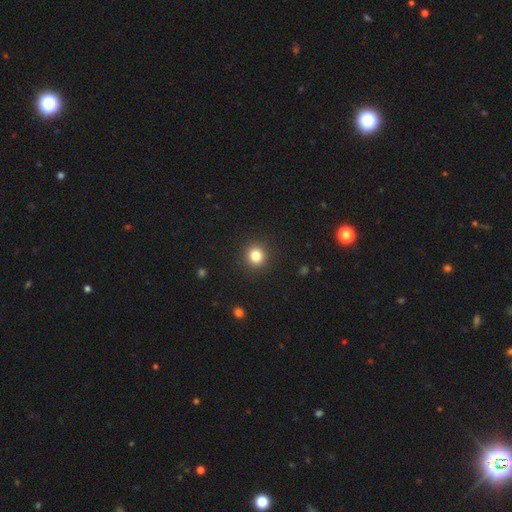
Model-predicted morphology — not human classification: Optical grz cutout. It shows a smooth galaxy with no disk features (82%) that is round (91%). Merging: none (92%).